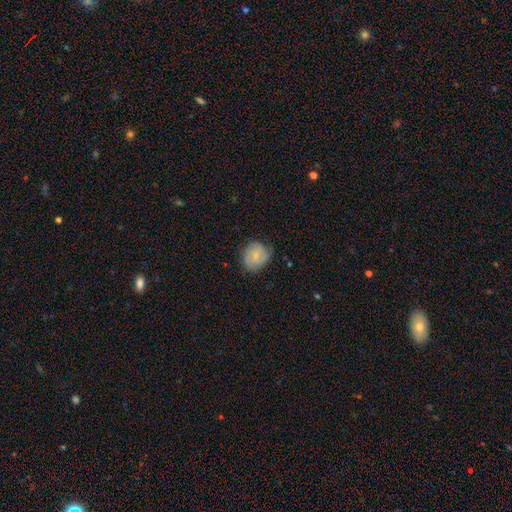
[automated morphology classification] Smooth or featured? smooth (64%)
How rounded? round (70%)
Merging? none (64%)